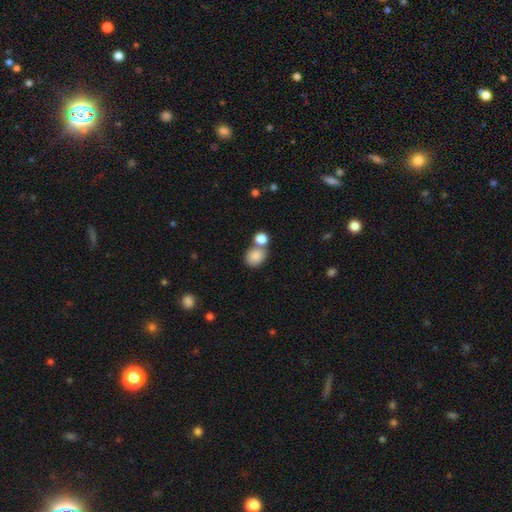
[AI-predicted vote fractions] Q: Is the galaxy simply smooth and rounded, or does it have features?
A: smooth — 85%.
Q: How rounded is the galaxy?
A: round — 61%.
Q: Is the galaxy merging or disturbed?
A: none — 52%.